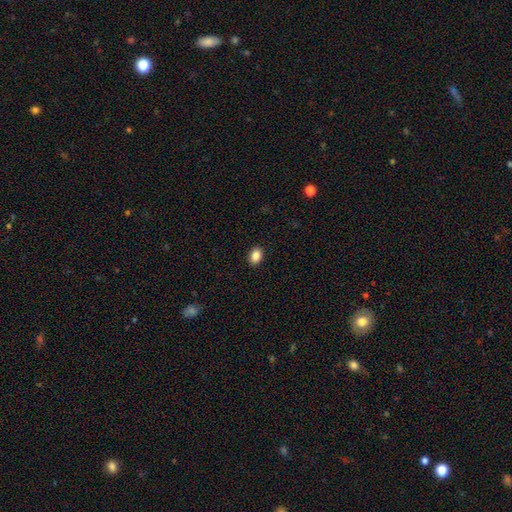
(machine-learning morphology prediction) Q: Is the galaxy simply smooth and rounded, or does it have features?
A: smooth — 88%.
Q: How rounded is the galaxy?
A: in between — 74%.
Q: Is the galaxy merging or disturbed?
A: none — 91%.